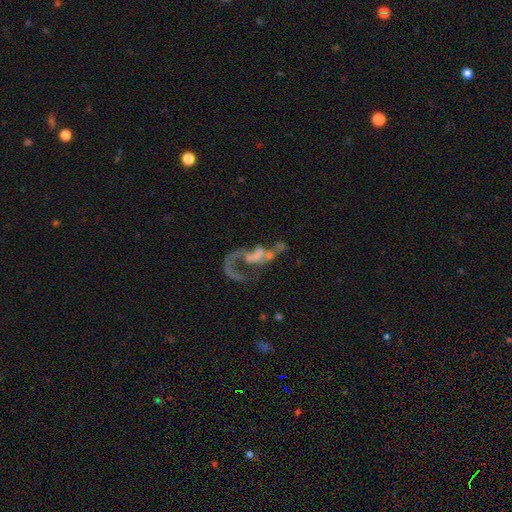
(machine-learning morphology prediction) A featured or disk galaxy (76%) with no bar (60%), 1 (54%) loose (71%) spiral arms (72%) and no central bulge (55%).

Vote fractions:
- Smooth or featured? featured or disk: 76% / smooth: 12% / star or artifact: 12%
- Edge-on disk? no: 97% / yes: 3%
- Bar? no: 60% / weak: 29% / strong: 11%
- Spiral arms? yes: 72% / no: 28%
- Spiral winding? loose: 71% / medium: 23% / tight: 6%
- Spiral arm count? 1: 54% / 2: 36% / can't tell: 5% / 3: 2% / 4: 1% / more than 4: 1%
- Bulge size? none: 55% / small: 26% / moderate: 14% / large: 3% / dominant: 2%
- Merging? major disturbance: 40% / none: 28% / merger: 19% / minor disturbance: 12%